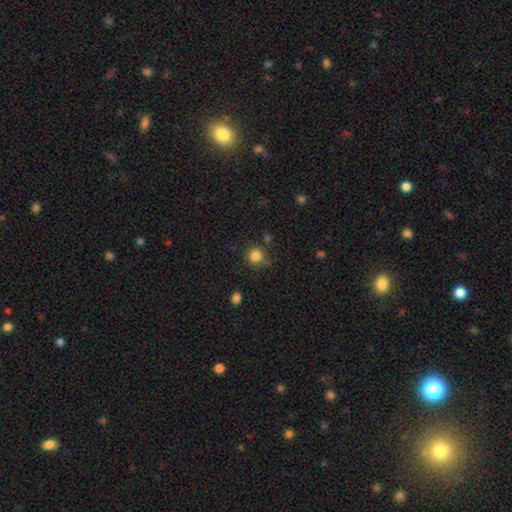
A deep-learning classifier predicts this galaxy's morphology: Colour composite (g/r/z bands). It shows a smooth galaxy with no disk features (84%) that is round (92%). Merging: none (79%).